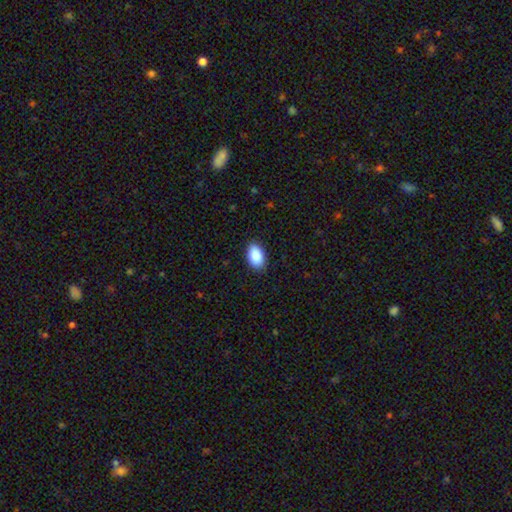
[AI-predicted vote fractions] Smooth or featured? smooth (89%)
How rounded? in between (93%)
Merging? none (88%)